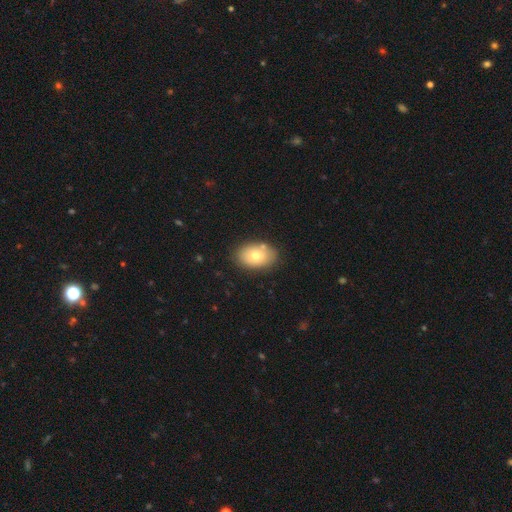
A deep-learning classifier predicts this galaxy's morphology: smooth-or-featured: smooth: 75% | featured or disk: 17% | star or artifact: 8%
  how-rounded: in between: 87% | round: 12% | cigar-shaped: 1%
  merging: none: 81% | minor disturbance: 12% | merger: 4% | major disturbance: 3%